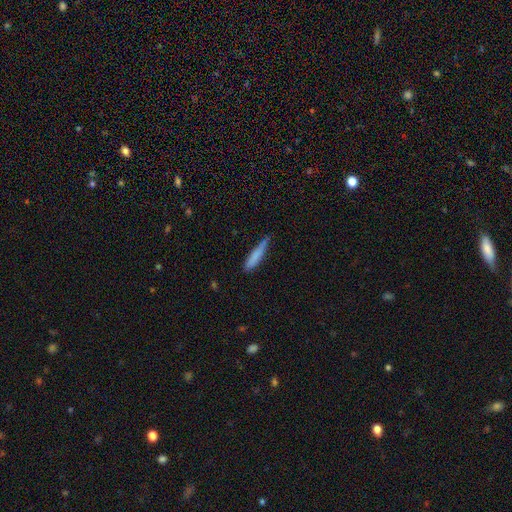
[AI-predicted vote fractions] This is likely a smooth galaxy (79%). How rounded: clearly cigar-shaped (88%). Merging: likely none (60%).